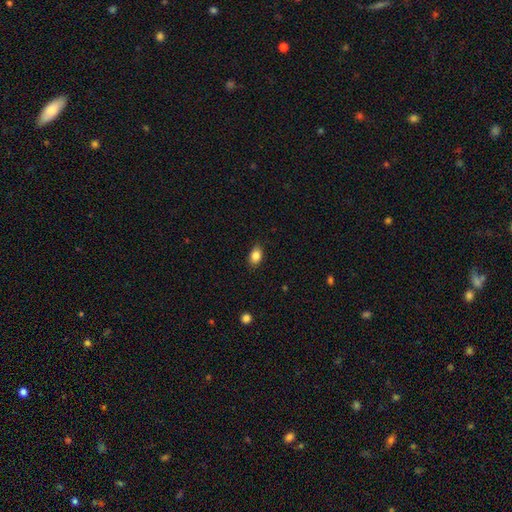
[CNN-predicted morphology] Smooth or featured?
  - smooth: 86% *
  - star or artifact: 9%
  - featured or disk: 6%
How rounded?
  - in between: 82% *
  - round: 17%
  - cigar-shaped: 1%
Merging?
  - none: 86% *
  - minor disturbance: 11%
  - major disturbance: 2%
  - merger: 1%